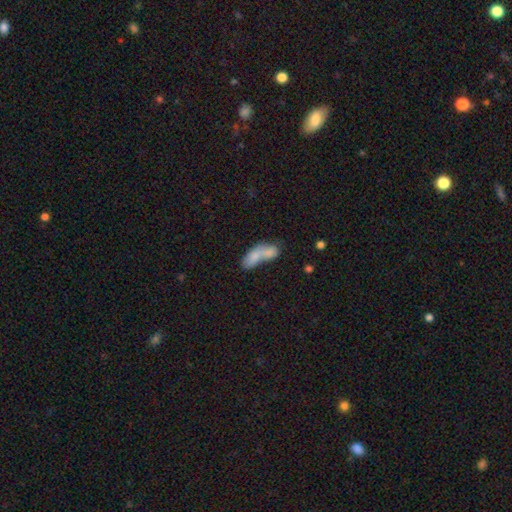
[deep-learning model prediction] This appears to be a smooth galaxy with no disk features (76%) that is in between round and cigar-shaped (80%). Merging: merger (67%).